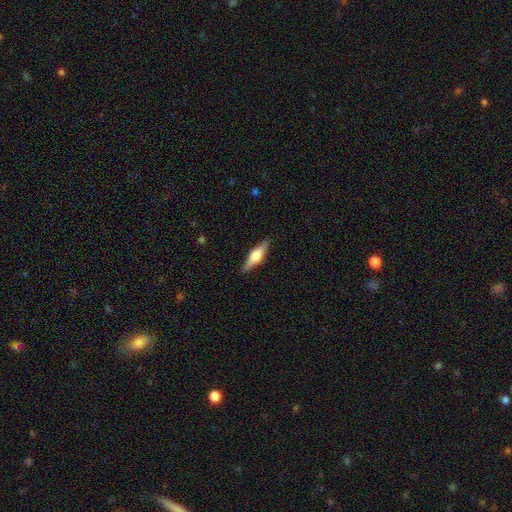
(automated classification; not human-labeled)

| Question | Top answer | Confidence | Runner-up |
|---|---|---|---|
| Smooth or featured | featured or disk | 54% | smooth (40%) |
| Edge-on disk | yes | 96% | no (4%) |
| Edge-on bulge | rounded | 84% | boxy (13%) |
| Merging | none | 88% | minor disturbance (9%) |